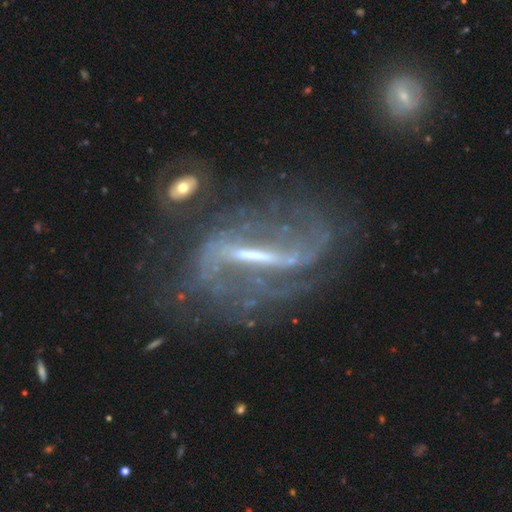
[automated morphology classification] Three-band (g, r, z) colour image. It shows a featured or disk galaxy (87%) with a strong bar (74%), 2 (66%) loose (41%) spiral arms (89%) and a small central bulge (42%). Merging: none (52%).